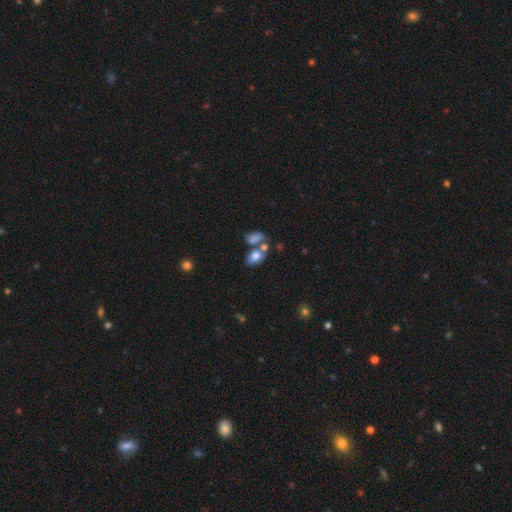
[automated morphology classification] Smooth or featured?
  - smooth: 73% *
  - featured or disk: 16%
  - star or artifact: 10%
How rounded?
  - in between: 80% *
  - round: 18%
  - cigar-shaped: 2%
Merging?
  - none: 41% *
  - merger: 38%
  - minor disturbance: 14%
  - major disturbance: 7%